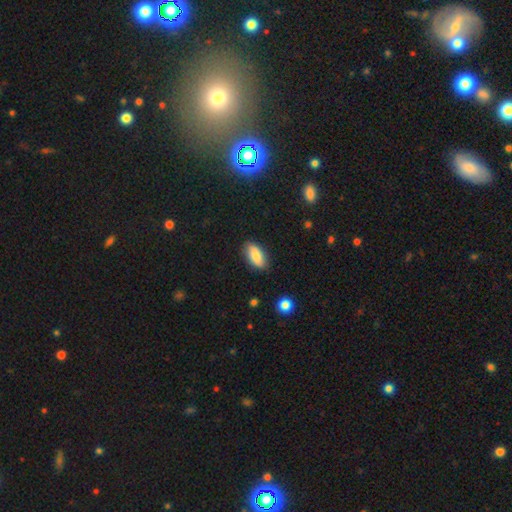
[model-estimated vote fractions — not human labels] Smooth or featured? Predicted: smooth (p=0.84). How rounded? Predicted: in between (p=0.89). Merging? Predicted: none (p=0.85).